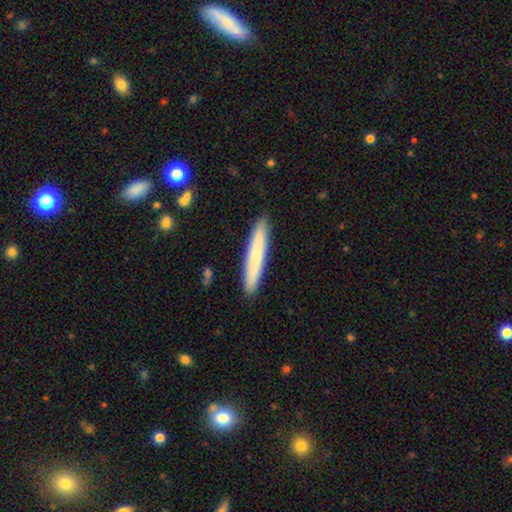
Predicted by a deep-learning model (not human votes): Smooth or featured: smooth — 70% (featured or disk — 24%)
How rounded: cigar-shaped — 93% (in between — 6%)
Merging: none — 91% (minor disturbance — 6%)